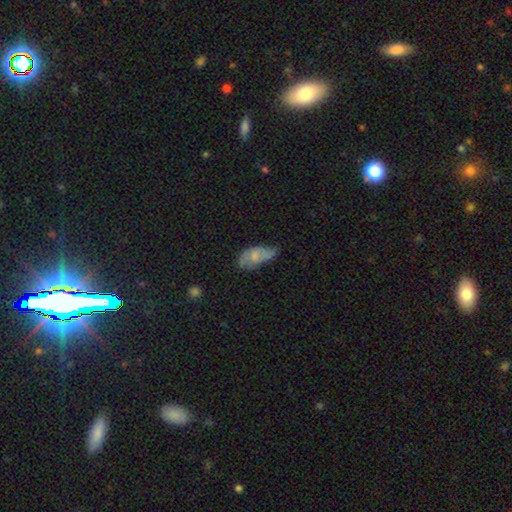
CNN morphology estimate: Smooth or featured? Predicted: smooth (p=0.61). How rounded? Predicted: in between (p=0.91). Merging? Predicted: minor disturbance (p=0.42).